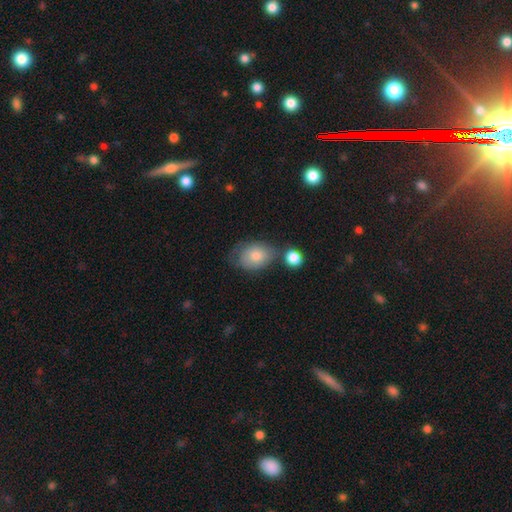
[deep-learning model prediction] A smooth galaxy with no disk features (75%) that is in between round and cigar-shaped (71%). Merging: none (48%).